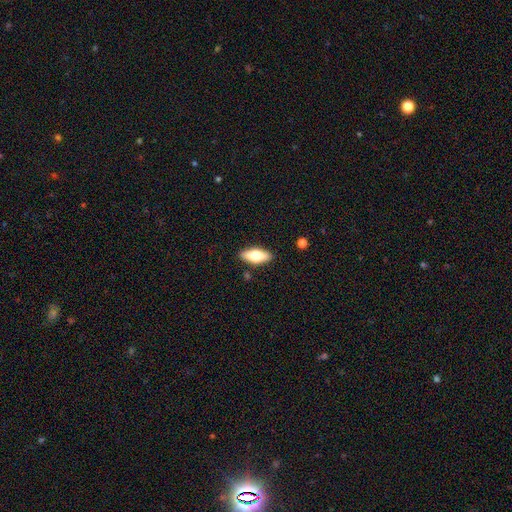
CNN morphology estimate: smooth-or-featured: smooth: 63% | featured or disk: 30% | star or artifact: 6%
  how-rounded: in between: 79% | cigar-shaped: 18% | round: 3%
  merging: none: 87% | minor disturbance: 9% | major disturbance: 2% | merger: 2%